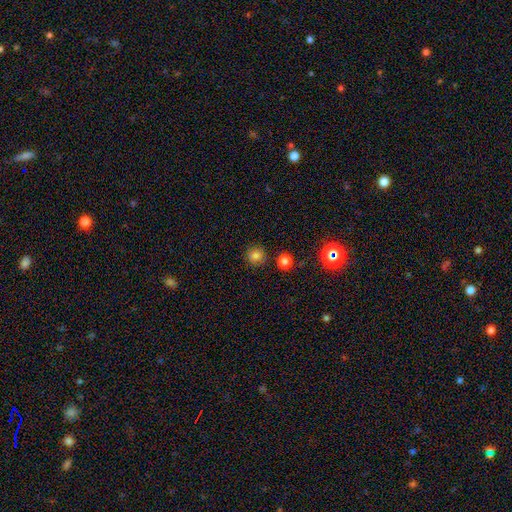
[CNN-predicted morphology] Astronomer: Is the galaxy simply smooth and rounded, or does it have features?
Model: smooth — 79%.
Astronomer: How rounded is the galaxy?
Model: round — 94%.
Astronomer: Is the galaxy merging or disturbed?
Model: none — 86%.